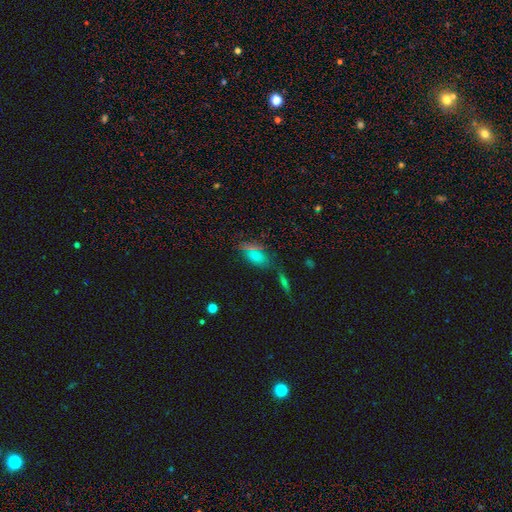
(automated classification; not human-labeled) This is likely a smooth galaxy (63%). How rounded: clearly in between (85%). Merging: likely none (71%).